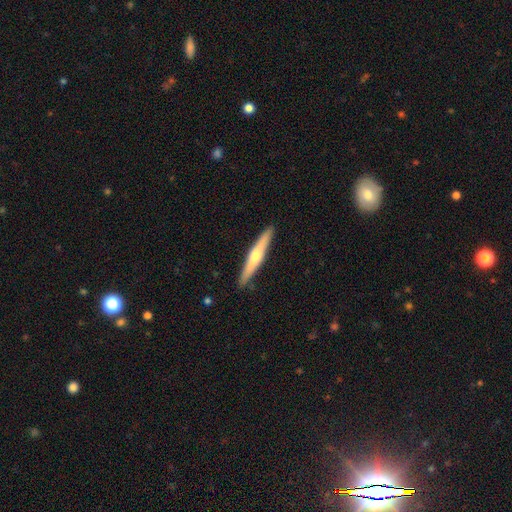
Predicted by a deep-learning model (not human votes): Smooth or featured? Predicted: featured or disk (p=0.56). Edge-on disk? Predicted: yes (p=0.97). Edge-on bulge? Predicted: rounded (p=0.83). Merging? Predicted: none (p=0.91).